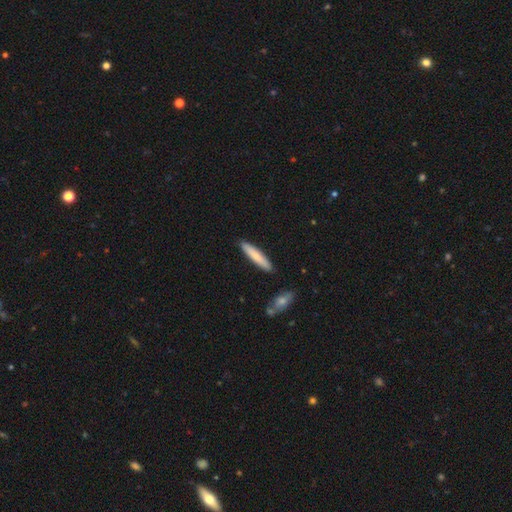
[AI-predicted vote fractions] A smooth galaxy with no disk features (77%) that is cigar-shaped (87%). Merging: none (89%).